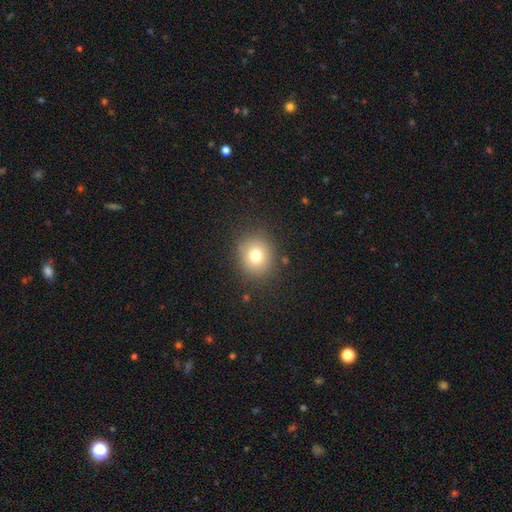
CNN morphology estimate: This is likely a smooth galaxy (76%). How rounded: likely round (77%). Merging: clearly none (85%).